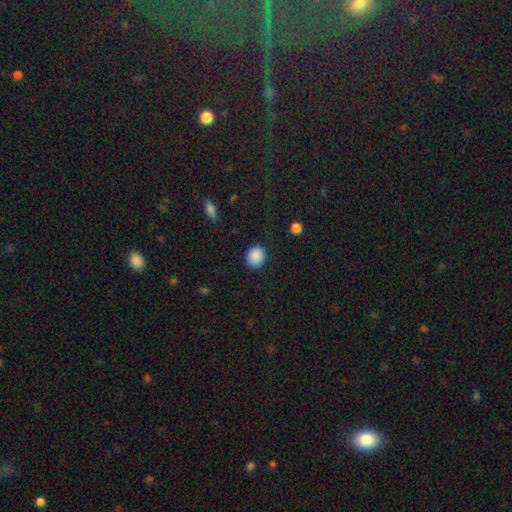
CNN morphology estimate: smooth-or-featured: smooth: 89% | star or artifact: 8% | featured or disk: 3%
  how-rounded: round: 70% | in between: 29% | cigar-shaped: 1%
  merging: none: 86% | minor disturbance: 10% | major disturbance: 3% | merger: 1%